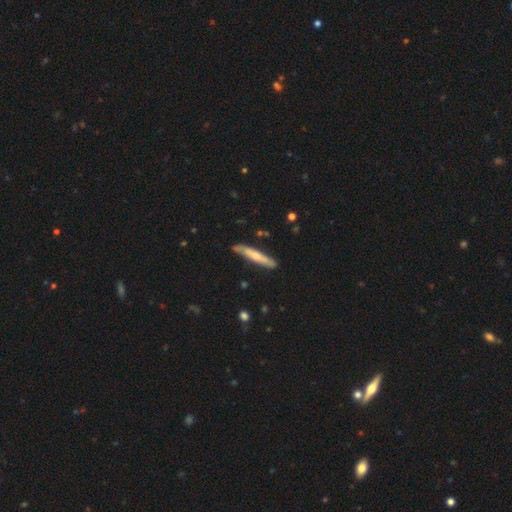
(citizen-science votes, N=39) smooth 72%, featured or disk 28%, star or artifact 0%. Down the decision tree: how rounded — cigar-shaped (96%); merging — none (77%).